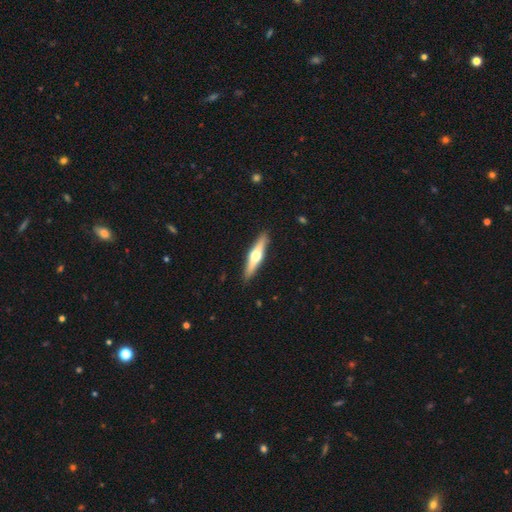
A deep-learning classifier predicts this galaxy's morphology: Q: Smooth or featured?
A: featured or disk (59%); runner-up: smooth (36%)
Q: Edge-on disk?
A: yes (96%); runner-up: no (4%)
Q: Edge-on bulge?
A: rounded (94%); runner-up: boxy (3%)
Q: Merging?
A: none (90%); runner-up: minor disturbance (7%)